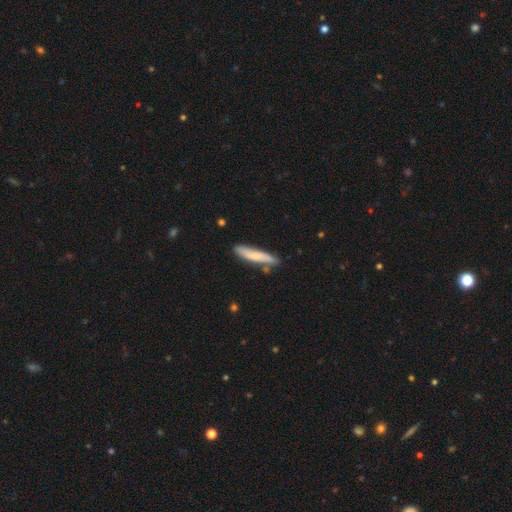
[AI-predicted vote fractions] Overall: smooth (64%; featured or disk 30%). How rounded: cigar-shaped (86%). Merging: none (75%).